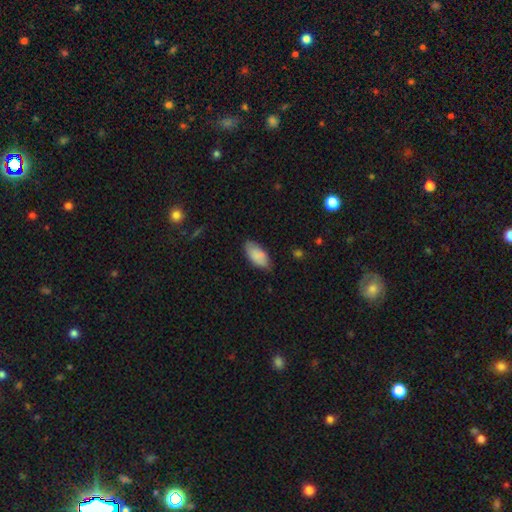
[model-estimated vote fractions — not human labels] Smooth or featured? Predicted: smooth (p=0.85). How rounded? Predicted: in between (p=0.92). Merging? Predicted: none (p=0.75).